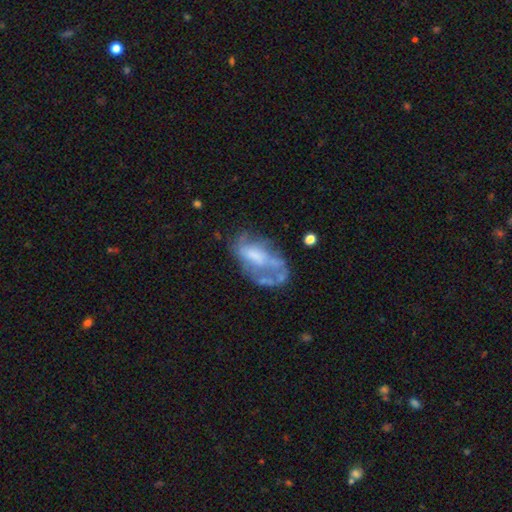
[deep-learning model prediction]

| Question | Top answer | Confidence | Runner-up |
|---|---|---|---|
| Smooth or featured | featured or disk | 59% | smooth (31%) |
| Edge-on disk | no | 94% | yes (6%) |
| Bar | no | 65% | weak (25%) |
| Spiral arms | no | 68% | yes (32%) |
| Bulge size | moderate | 33% | none (32%) |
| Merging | none | 36% | major disturbance (30%) |